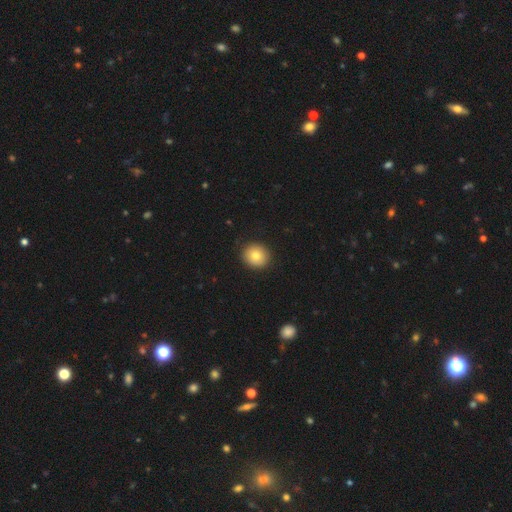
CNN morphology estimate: Smooth or featured? Predicted: smooth (p=0.79). How rounded? Predicted: round (p=0.85). Merging? Predicted: none (p=0.90).